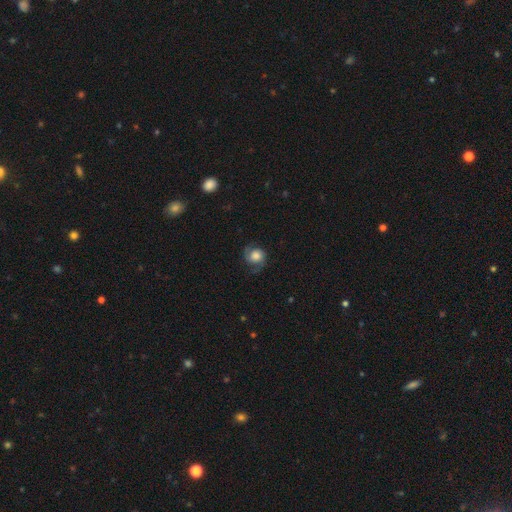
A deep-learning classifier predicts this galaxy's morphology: This appears to be a featured or disk galaxy (51%). Merging: none (64%).